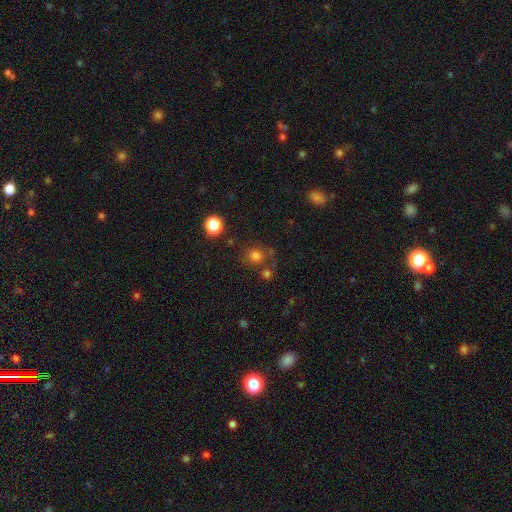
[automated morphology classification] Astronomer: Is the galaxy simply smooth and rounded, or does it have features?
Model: smooth — 76%.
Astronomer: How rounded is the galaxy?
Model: round — 87%.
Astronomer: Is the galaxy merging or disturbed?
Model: none — 68%.